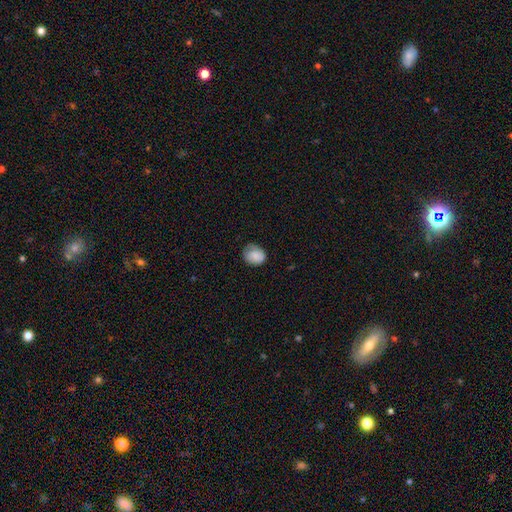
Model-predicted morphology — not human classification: Smooth or featured? smooth (83%)
How rounded? round (58%)
Merging? none (63%)